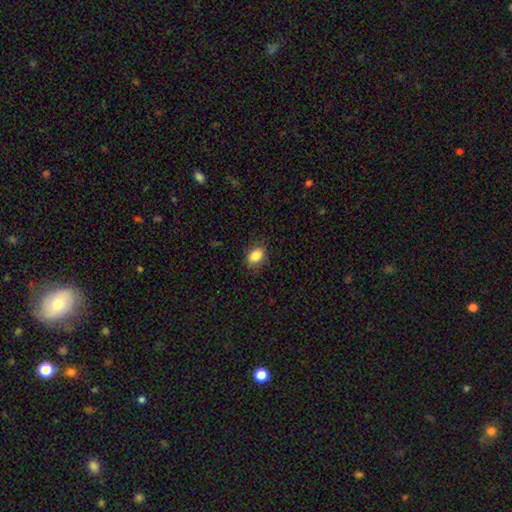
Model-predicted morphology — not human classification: Overall: smooth (86%). How rounded: in between (70%). Merging: none (82%).